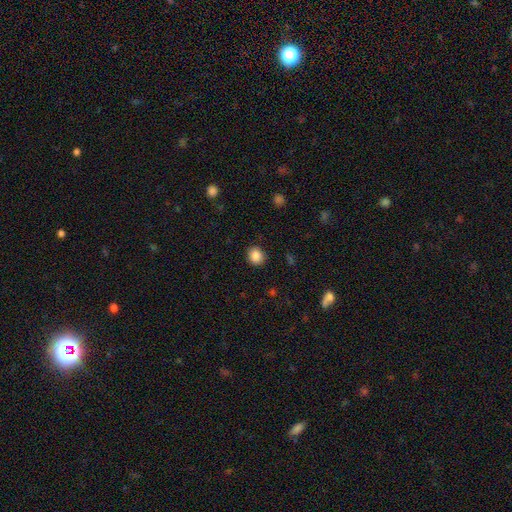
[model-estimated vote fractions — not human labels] This is clearly a smooth galaxy (87%). How rounded: likely round (80%). Merging: clearly none (90%).